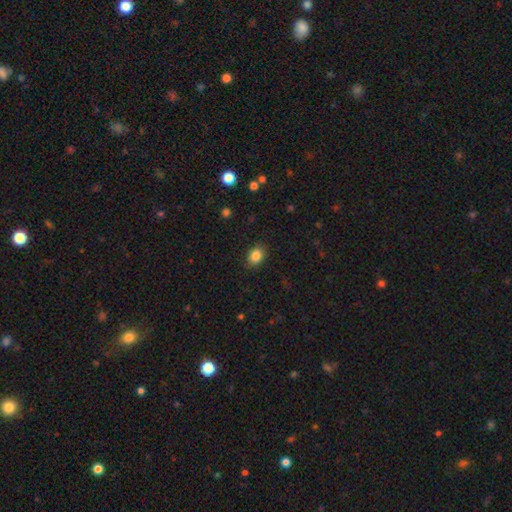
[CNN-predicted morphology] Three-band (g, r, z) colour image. It shows a smooth galaxy with no disk features (86%) that is in between round and cigar-shaped (57%). Merging: none (87%).